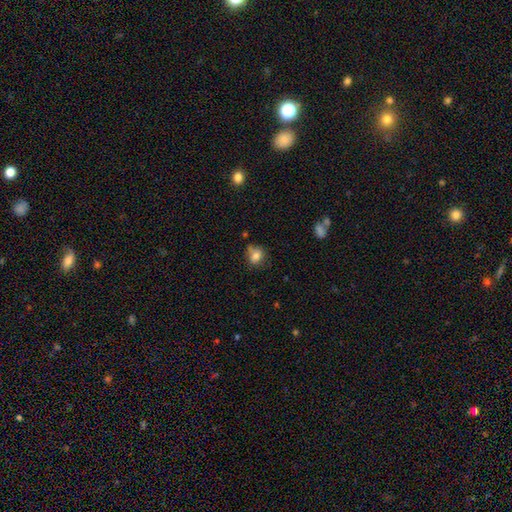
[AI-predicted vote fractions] A smooth galaxy with no disk features (76%) that is round (62%). Merging: none (55%).